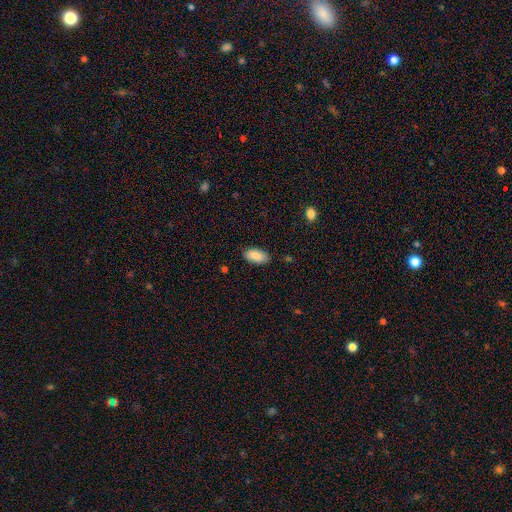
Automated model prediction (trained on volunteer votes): A smooth galaxy with no disk features (87%) that is in between round and cigar-shaped (93%).

Vote fractions:
- Smooth or featured? smooth: 87% / featured or disk: 7% / star or artifact: 6%
- How rounded? in between: 93% / cigar-shaped: 5% / round: 2%
- Merging? none: 85% / minor disturbance: 12% / major disturbance: 2% / merger: 1%